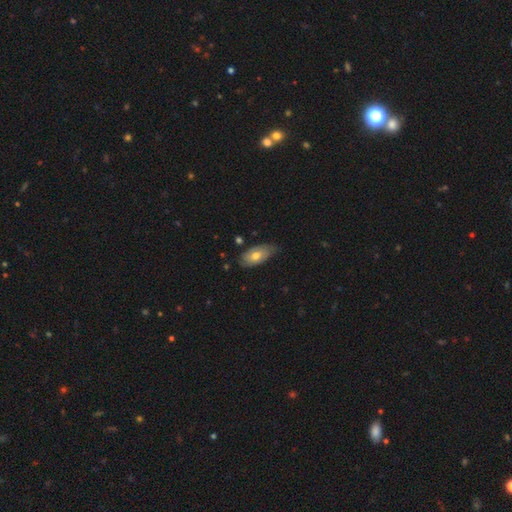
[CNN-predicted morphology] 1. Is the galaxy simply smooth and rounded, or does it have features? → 62% smooth, 32% featured or disk, 6% star or artifact.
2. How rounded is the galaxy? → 91% in between, 5% cigar-shaped, 4% round.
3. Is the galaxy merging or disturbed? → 62% none, 30% minor disturbance, 5% major disturbance, 2% merger.